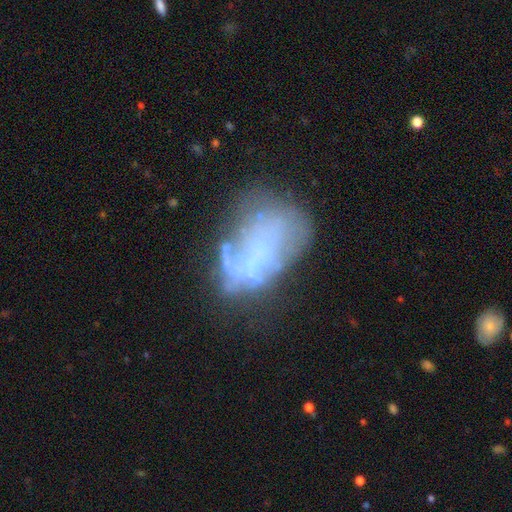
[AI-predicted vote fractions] Q: Smooth or featured?
A: featured or disk (53%); runner-up: smooth (33%)
Q: Edge-on disk?
A: no (97%); runner-up: yes (3%)
Q: Bar?
A: no (86%); runner-up: weak (10%)
Q: Spiral arms?
A: no (88%); runner-up: yes (12%)
Q: Bulge size?
A: none (69%); runner-up: small (17%)
Q: Merging?
A: none (37%); runner-up: major disturbance (28%)